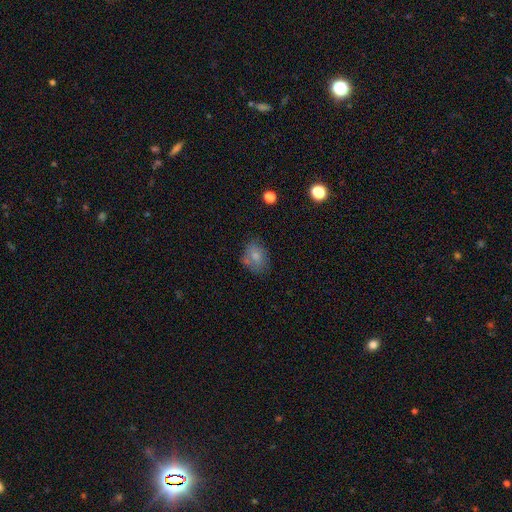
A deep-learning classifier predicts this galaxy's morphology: Q: Smooth or featured?
A: smooth (76%); runner-up: featured or disk (15%)
Q: How rounded?
A: in between (67%); runner-up: round (32%)
Q: Merging?
A: none (62%); runner-up: minor disturbance (22%)